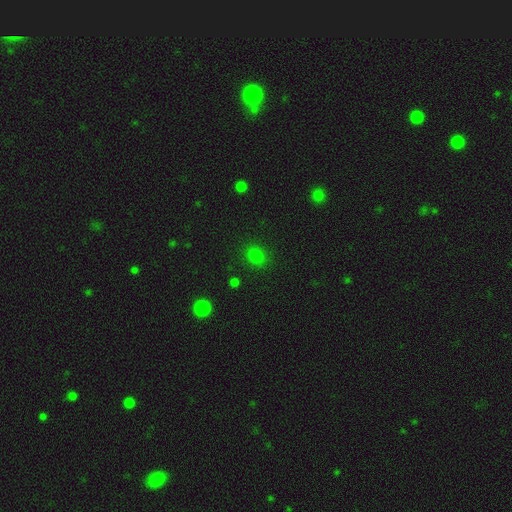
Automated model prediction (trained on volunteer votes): Smooth or featured? smooth (78%)
How rounded? round (56%)
Merging? none (85%)